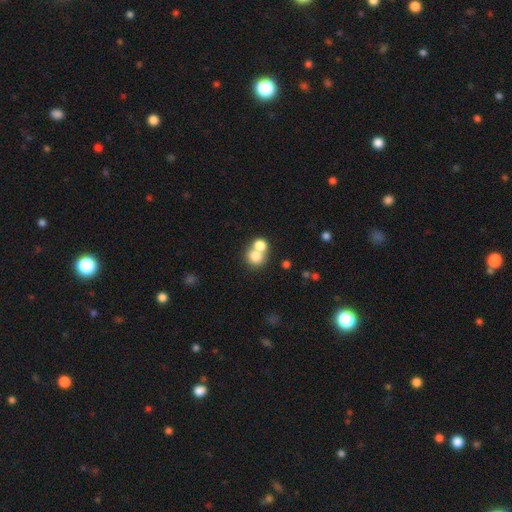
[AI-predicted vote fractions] Smooth or featured? Predicted: smooth (p=0.76). How rounded? Predicted: round (p=0.74). Merging? Predicted: merger (p=0.56).